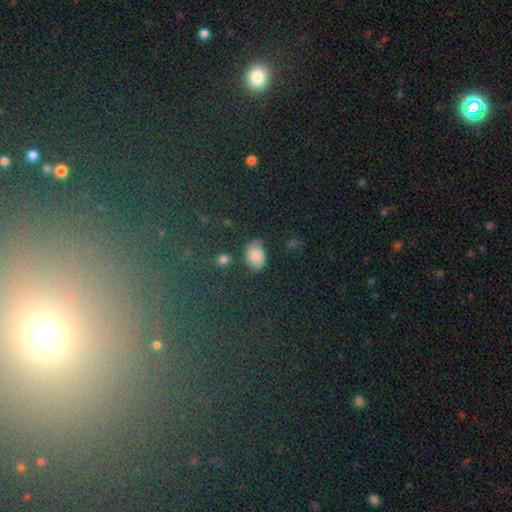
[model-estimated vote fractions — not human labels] Smooth or featured? smooth (67%)
How rounded? in between (79%)
Merging? none (73%)